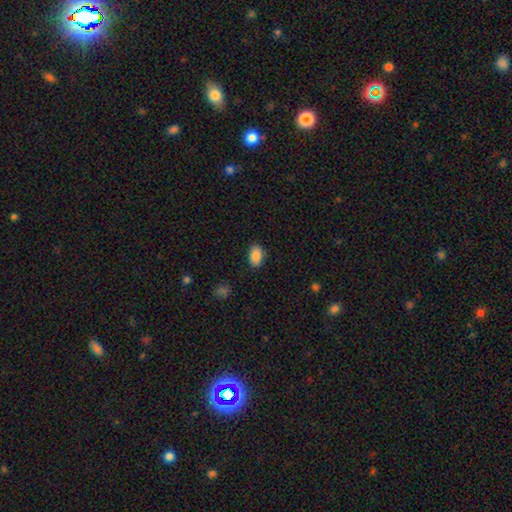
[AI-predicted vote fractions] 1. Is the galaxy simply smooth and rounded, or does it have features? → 87% smooth, 8% star or artifact, 5% featured or disk.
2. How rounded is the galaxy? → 89% in between, 10% round, 1% cigar-shaped.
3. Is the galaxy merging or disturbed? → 85% none, 11% minor disturbance, 2% major disturbance, 1% merger.